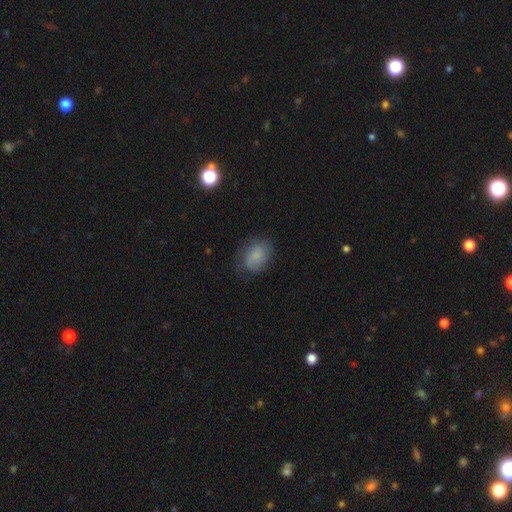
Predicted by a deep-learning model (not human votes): Smooth or featured: smooth — 68% (featured or disk — 22%)
How rounded: in between — 73% (round — 26%)
Merging: none — 69% (minor disturbance — 22%)